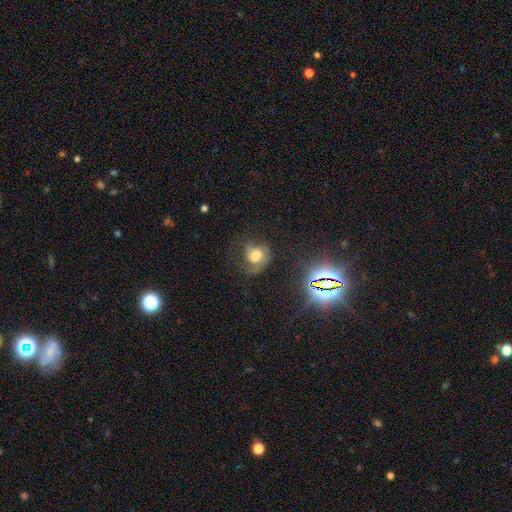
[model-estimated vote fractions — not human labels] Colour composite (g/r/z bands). It shows a featured or disk galaxy (47%). Merging: none (39%).